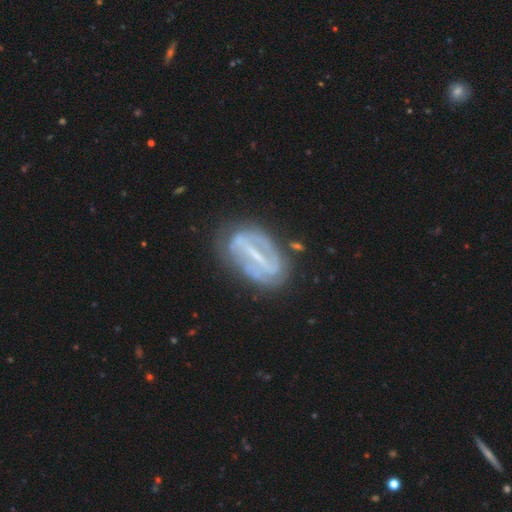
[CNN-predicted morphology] A featured or disk galaxy (81%) with a strong bar (75%), 2 (61%) tight (47%) spiral arms (69%) and a small central bulge (56%). Merging: none (70%).